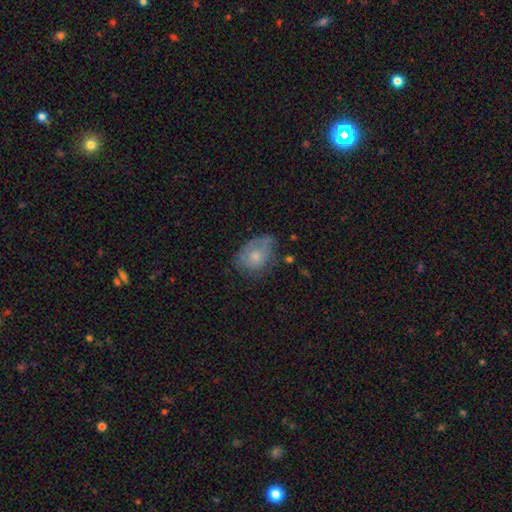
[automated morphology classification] Overall: smooth (60%; featured or disk 32%). How rounded: in between (63%; round 36%). Merging: none (48%; minor disturbance 34%).